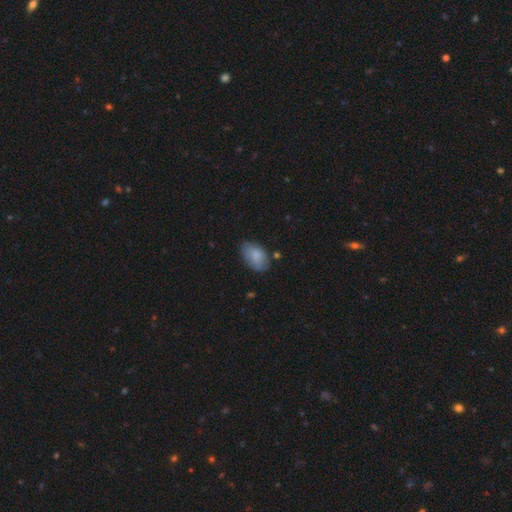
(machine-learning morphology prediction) Smooth or featured? smooth (80%)
How rounded? in between (92%)
Merging? none (69%)